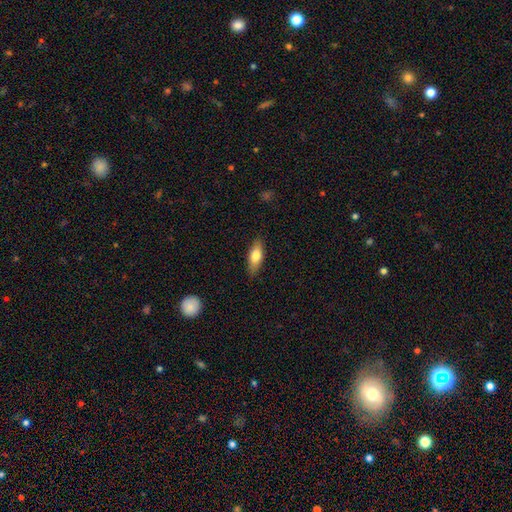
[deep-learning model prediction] smooth 73%, featured or disk 21%, star or artifact 6%. Down the decision tree: how rounded — in between (69%); merging — none (86%).